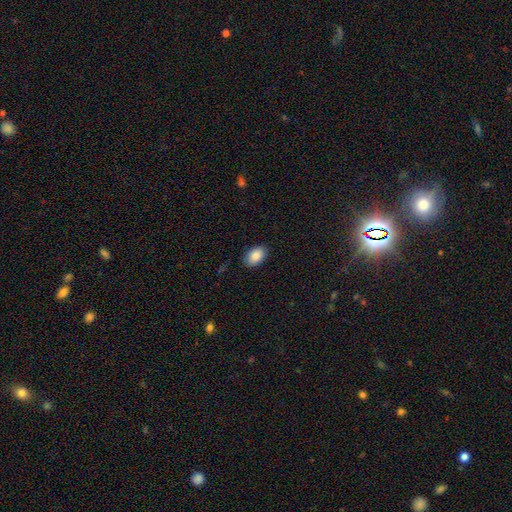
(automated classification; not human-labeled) Smooth or featured?
  - smooth: 88% *
  - star or artifact: 7%
  - featured or disk: 5%
How rounded?
  - in between: 91% *
  - round: 7%
  - cigar-shaped: 1%
Merging?
  - none: 87% *
  - minor disturbance: 10%
  - major disturbance: 2%
  - merger: 1%